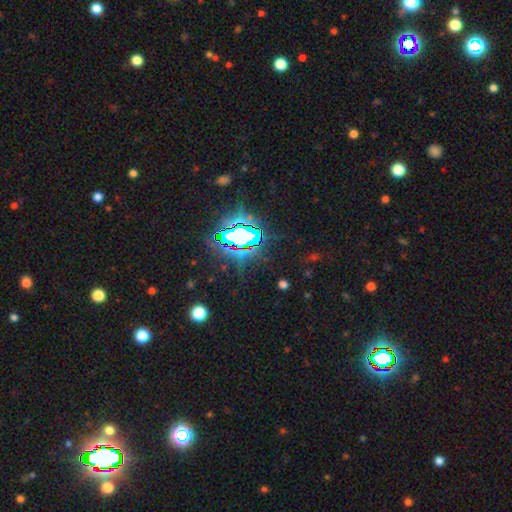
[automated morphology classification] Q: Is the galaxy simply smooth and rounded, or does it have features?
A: star or artifact — 85%.